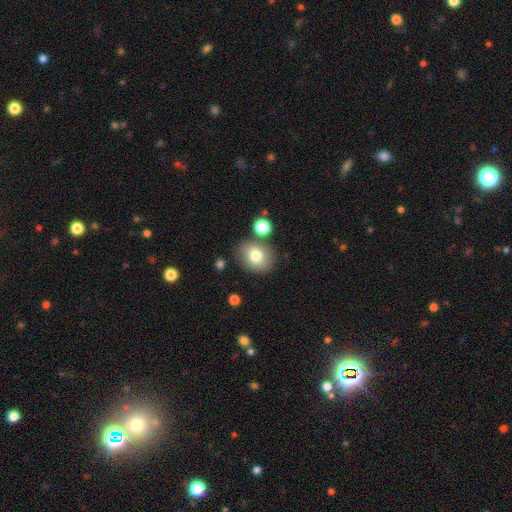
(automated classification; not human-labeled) The model was most divided on "how rounded": round: 53%, in between: 46%, cigar-shaped: 1%. More confident: smooth or featured — smooth (79%); merging — none (76%).